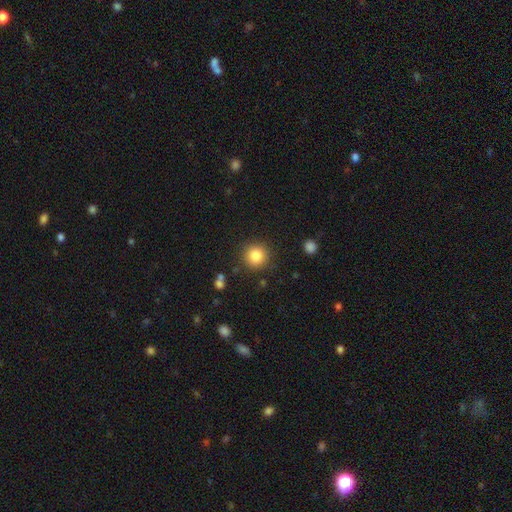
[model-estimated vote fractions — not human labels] A smooth galaxy with no disk features (84%) that is round (94%).

Vote fractions:
- Smooth or featured? smooth: 84% / star or artifact: 10% / featured or disk: 6%
- How rounded? round: 94% / in between: 6% / cigar-shaped: 1%
- Merging? none: 88% / minor disturbance: 7% / major disturbance: 3% / merger: 2%